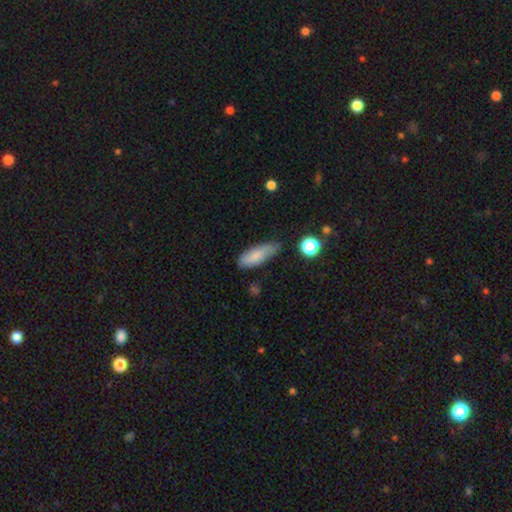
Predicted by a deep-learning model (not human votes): Smooth or featured: smooth — 79% (featured or disk — 13%)
How rounded: in between — 63% (cigar-shaped — 35%)
Merging: none — 64% (minor disturbance — 27%)